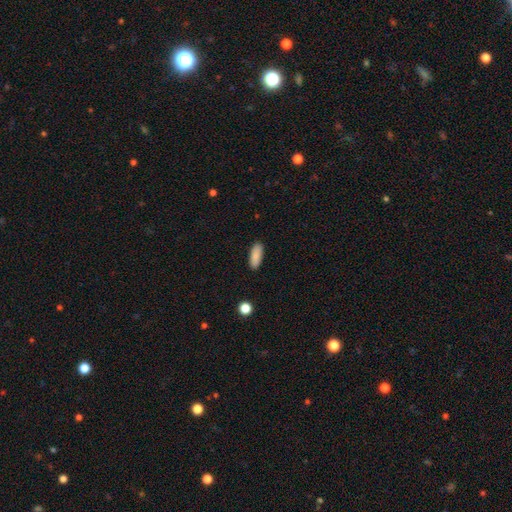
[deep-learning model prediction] This is clearly a smooth galaxy (88%). How rounded: likely in between (76%). Merging: clearly none (89%).